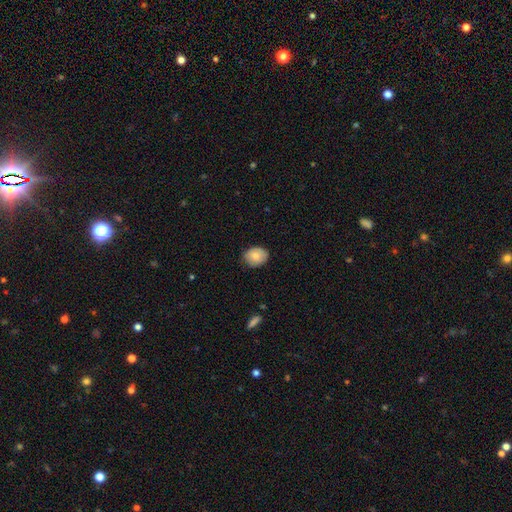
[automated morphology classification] This is likely a smooth galaxy (78%). How rounded: possibly in between (50%). Merging: clearly none (81%).